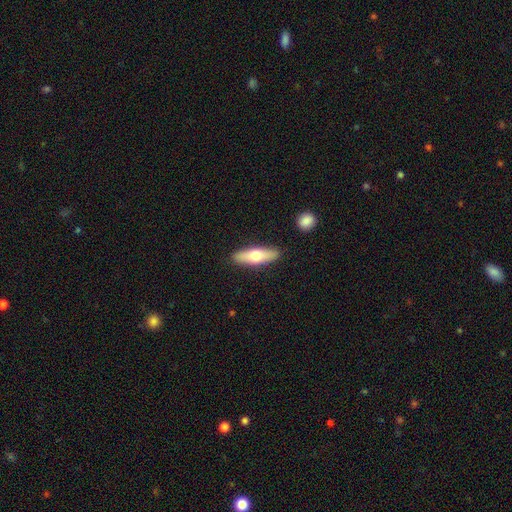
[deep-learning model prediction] The model was most divided on "smooth or featured": smooth: 55%, featured or disk: 39%, star or artifact: 6%. More confident: merging — none (88%); how rounded — cigar-shaped (57%).